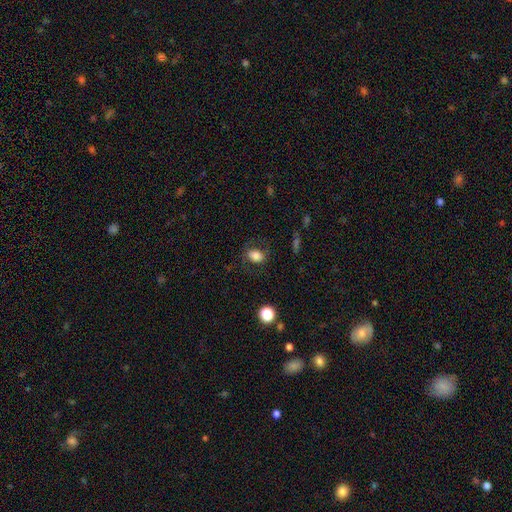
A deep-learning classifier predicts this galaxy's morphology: The model was most divided on "how rounded": in between: 73%, round: 26%, cigar-shaped: 1%. More confident: smooth or featured — smooth (77%); merging — none (72%).